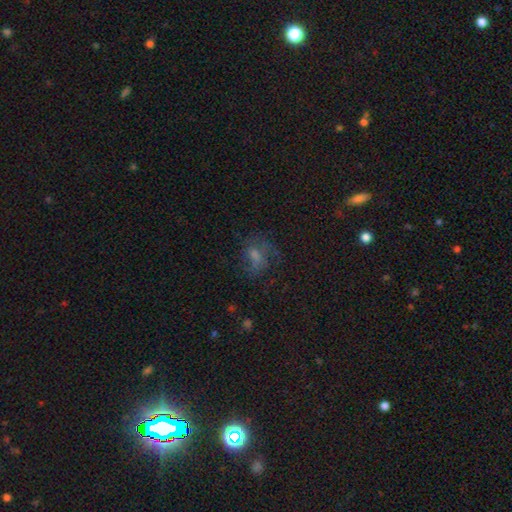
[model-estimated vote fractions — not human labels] Smooth or featured? Predicted: featured or disk (p=0.40). Merging? Predicted: none (p=0.53).